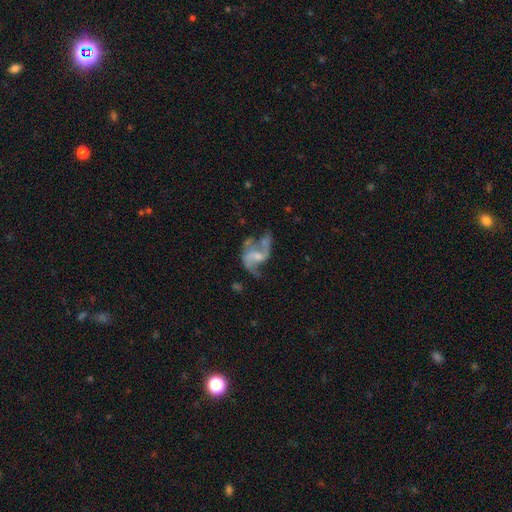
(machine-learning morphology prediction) This appears to be a featured or disk galaxy (81%) with a weak bar (44%), 2 (84%) loose (66%) spiral arms (88%) and a small central bulge (42%). Merging: none (40%).